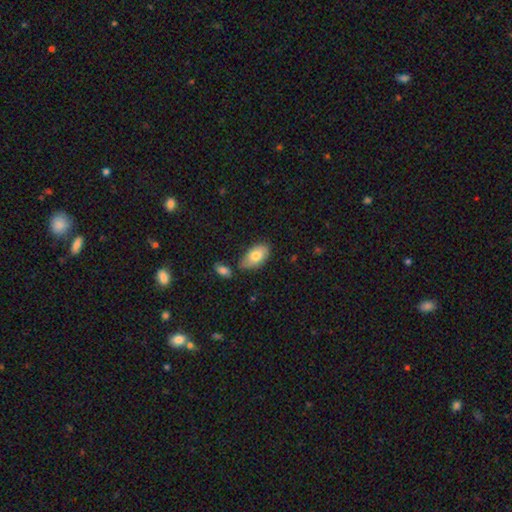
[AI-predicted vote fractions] Smooth or featured?
  - smooth: 79% *
  - featured or disk: 15%
  - star or artifact: 6%
How rounded?
  - in between: 94% *
  - round: 3%
  - cigar-shaped: 2%
Merging?
  - none: 68% *
  - minor disturbance: 19%
  - merger: 9%
  - major disturbance: 4%